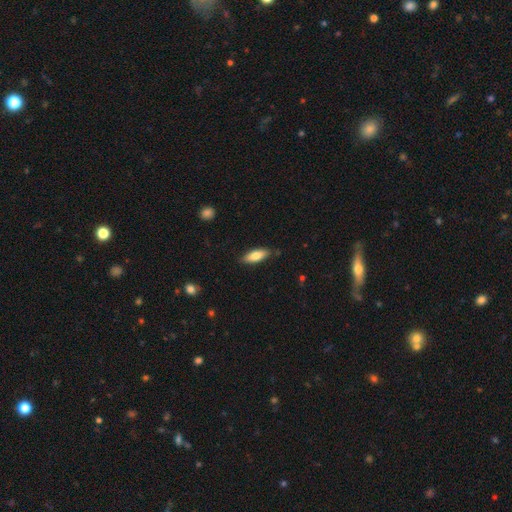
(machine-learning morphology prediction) smooth 78%, featured or disk 16%, star or artifact 6%. Down the decision tree: how rounded — in between (64%); merging — none (84%).